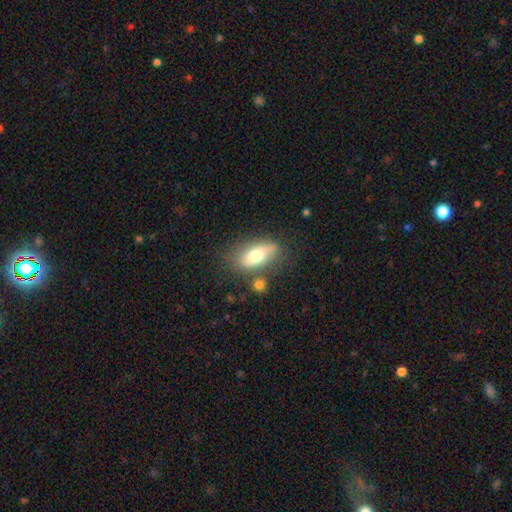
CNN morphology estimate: The model was most divided on "smooth or featured": smooth: 64%, featured or disk: 28%, star or artifact: 7%. More confident: how rounded — in between (83%); merging — none (63%).